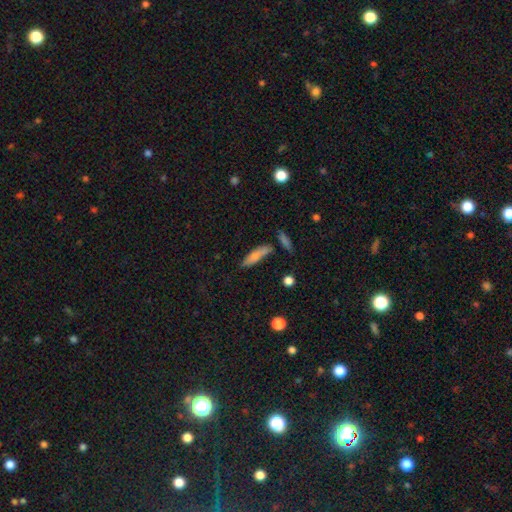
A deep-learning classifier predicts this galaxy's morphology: smooth_or_featured: smooth (p=0.74) [alt: featured or disk p=0.18]
how_rounded: cigar-shaped (p=0.62) [alt: in between p=0.35]
merging: none (p=0.60) [alt: minor disturbance p=0.19]